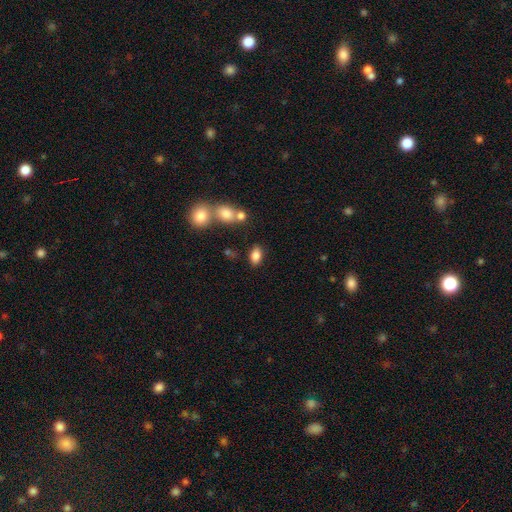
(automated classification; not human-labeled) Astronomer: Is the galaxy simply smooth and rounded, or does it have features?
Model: smooth — 82%.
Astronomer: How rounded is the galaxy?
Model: in between — 88%.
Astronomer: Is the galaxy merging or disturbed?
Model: none — 79%.